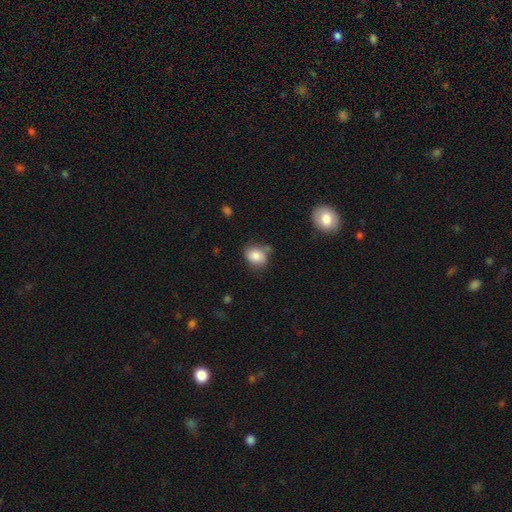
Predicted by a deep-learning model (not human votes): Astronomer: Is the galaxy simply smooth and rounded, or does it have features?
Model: smooth — 83%.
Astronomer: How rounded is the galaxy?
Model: round — 50% (runner-up: in between, 48%).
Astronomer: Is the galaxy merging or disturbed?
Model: none — 59%.